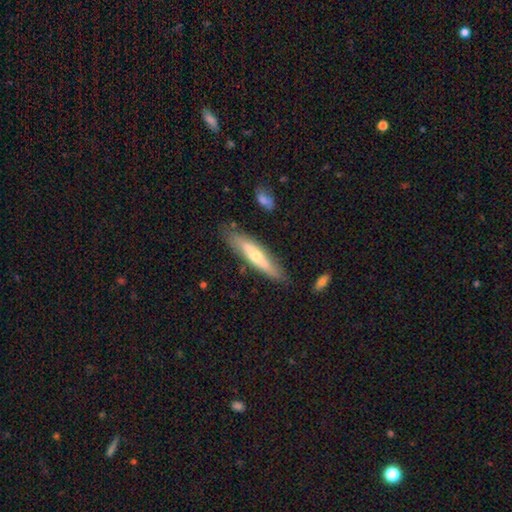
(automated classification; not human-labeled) Smooth or featured? Predicted: featured or disk (p=0.52). Edge-on disk? Predicted: yes (p=0.74). Merging? Predicted: none (p=0.79).